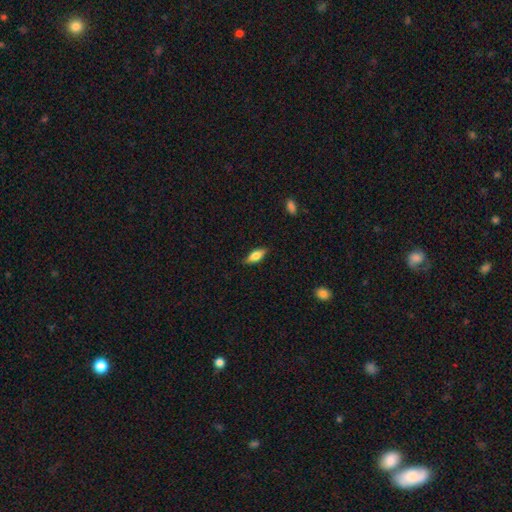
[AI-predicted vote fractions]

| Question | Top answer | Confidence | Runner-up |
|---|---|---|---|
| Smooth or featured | smooth | 62% | featured or disk (31%) |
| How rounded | in between | 67% | cigar-shaped (30%) |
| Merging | none | 84% | minor disturbance (12%) |